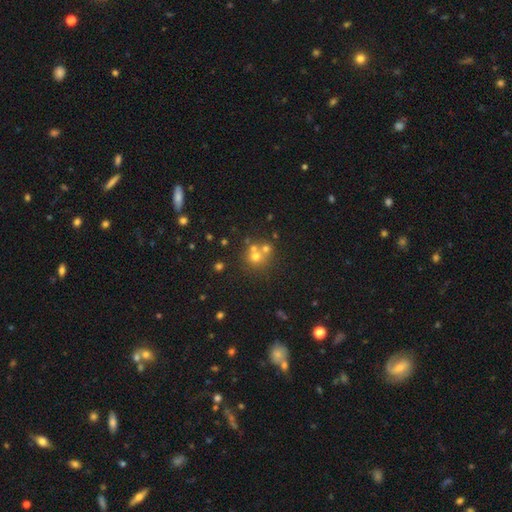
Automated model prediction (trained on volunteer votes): Smooth or featured? Predicted: smooth (p=0.61). How rounded? Predicted: round (p=0.88). Merging? Predicted: none (p=0.51).